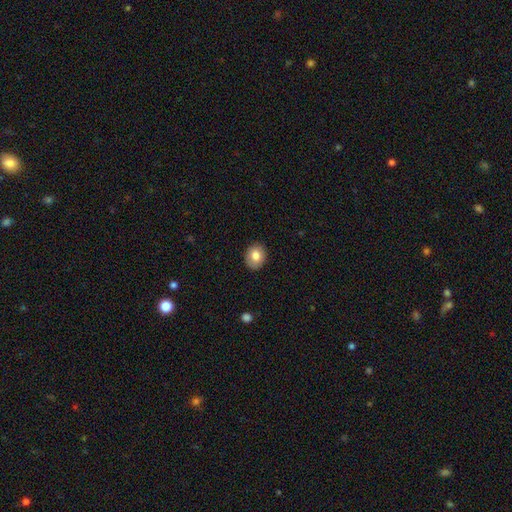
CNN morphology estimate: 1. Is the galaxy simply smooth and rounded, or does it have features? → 80% smooth, 11% featured or disk, 8% star or artifact.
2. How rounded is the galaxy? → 62% round, 37% in between, 1% cigar-shaped.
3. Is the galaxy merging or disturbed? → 86% none, 11% minor disturbance, 2% major disturbance, 1% merger.